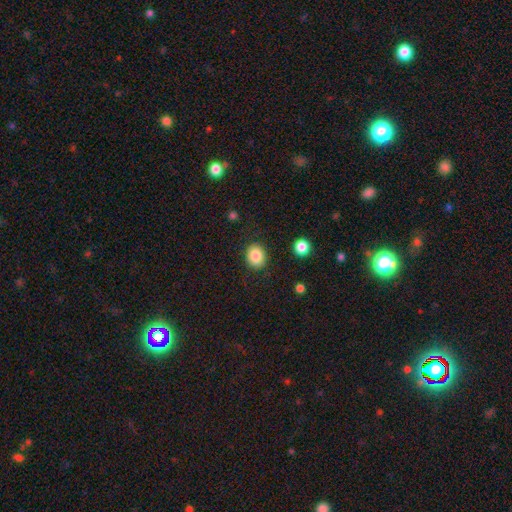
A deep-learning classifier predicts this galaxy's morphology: This is clearly a smooth galaxy (85%). How rounded: likely round (63%). Merging: clearly none (88%).